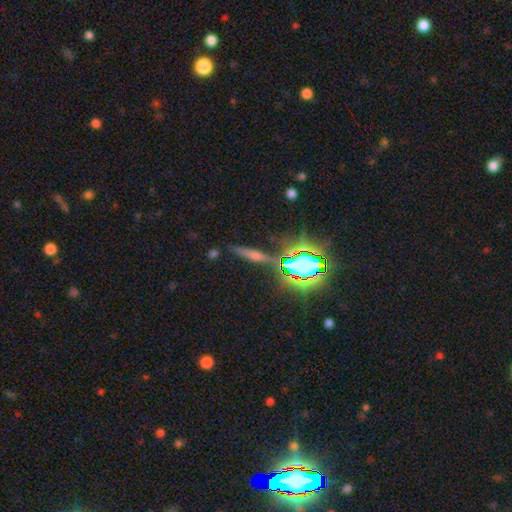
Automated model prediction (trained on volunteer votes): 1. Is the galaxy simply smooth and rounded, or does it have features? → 39% featured or disk, 31% star or artifact, 29% smooth.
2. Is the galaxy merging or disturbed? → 83% none, 10% minor disturbance, 4% merger, 3% major disturbance.